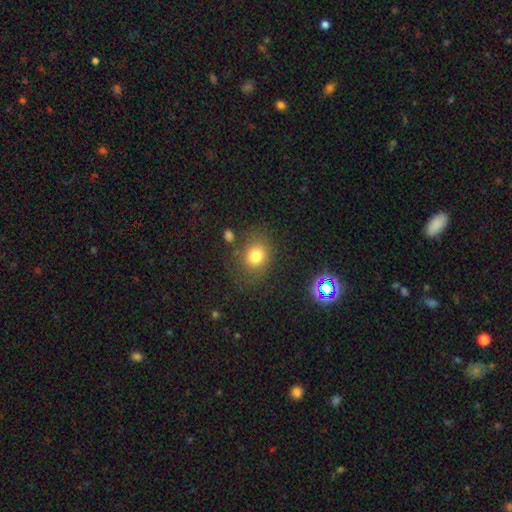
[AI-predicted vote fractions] smooth-or-featured: smooth: 77% | star or artifact: 13% | featured or disk: 9%
  how-rounded: round: 64% | in between: 35% | cigar-shaped: 1%
  merging: none: 75% | minor disturbance: 14% | major disturbance: 7% | merger: 4%